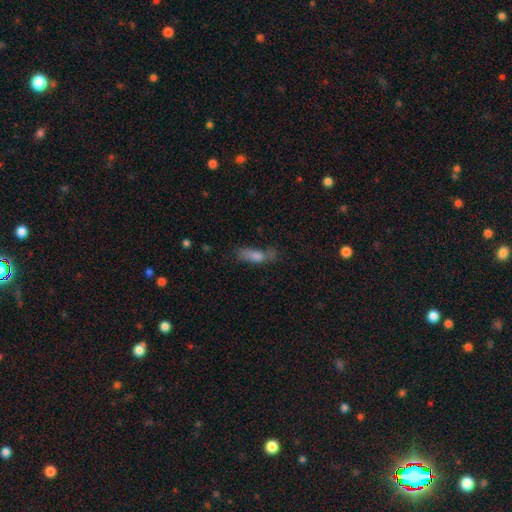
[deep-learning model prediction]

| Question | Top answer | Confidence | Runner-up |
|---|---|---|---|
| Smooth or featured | smooth | 66% | featured or disk (21%) |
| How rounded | cigar-shaped | 51% | in between (45%) |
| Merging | none | 49% | minor disturbance (27%) |